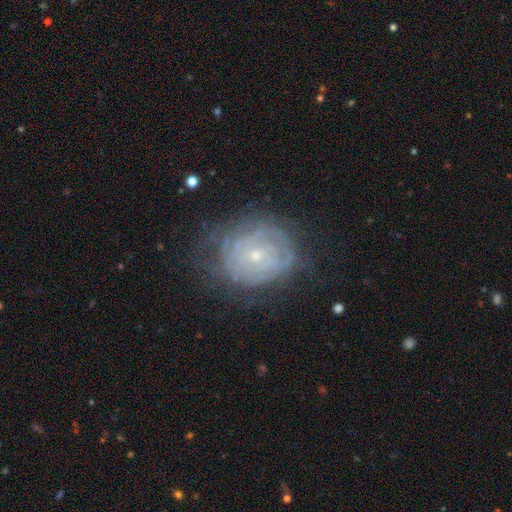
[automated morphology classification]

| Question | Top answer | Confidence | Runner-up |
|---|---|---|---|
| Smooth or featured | featured or disk | 74% | smooth (18%) |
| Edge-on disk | no | 97% | yes (3%) |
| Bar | no | 78% | weak (18%) |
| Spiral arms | yes | 83% | no (17%) |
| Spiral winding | tight | 80% | medium (15%) |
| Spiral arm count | can't tell | 57% | 2 (13%) |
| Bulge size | small | 75% | moderate (21%) |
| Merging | none | 68% | minor disturbance (20%) |